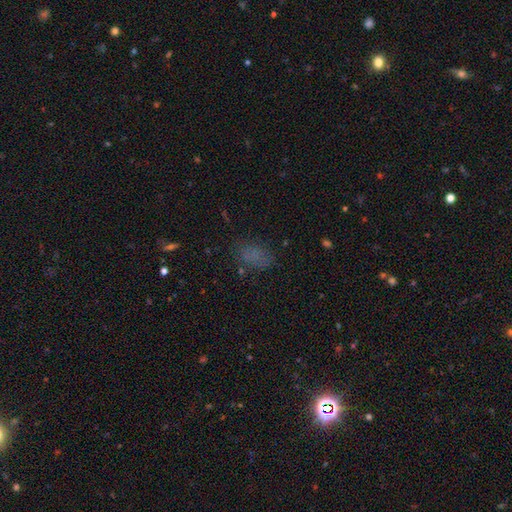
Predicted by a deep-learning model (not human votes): Smooth or featured?
  - smooth: 70% *
  - star or artifact: 21%
  - featured or disk: 9%
How rounded?
  - in between: 85% *
  - round: 13%
  - cigar-shaped: 3%
Merging?
  - none: 69% *
  - minor disturbance: 18%
  - major disturbance: 10%
  - merger: 3%